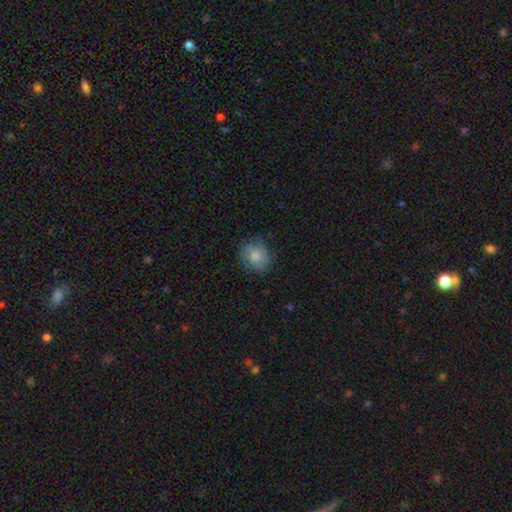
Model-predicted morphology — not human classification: This is likely a smooth galaxy (73%). How rounded: likely round (65%). Merging: likely none (69%).